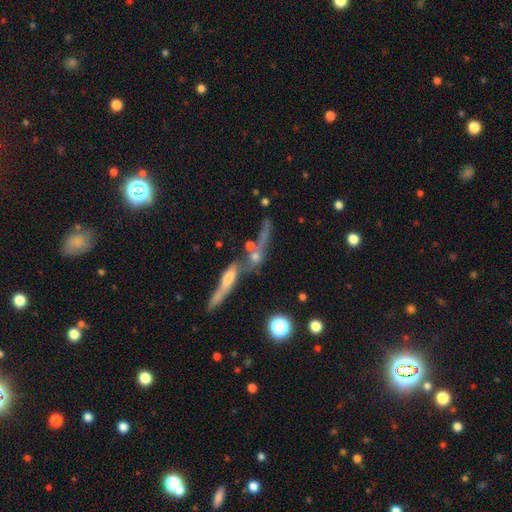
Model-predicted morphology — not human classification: This appears to be a featured or disk galaxy (54%) viewed edge-on (72%). Merging: merger (41%).